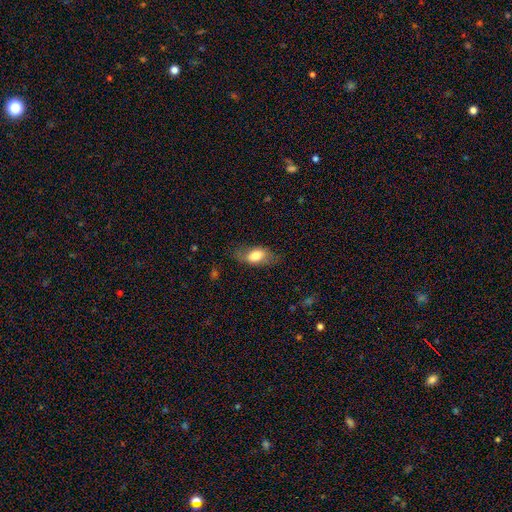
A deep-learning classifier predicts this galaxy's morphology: Overall: smooth (70%). How rounded: in between (88%). Merging: none (68%).